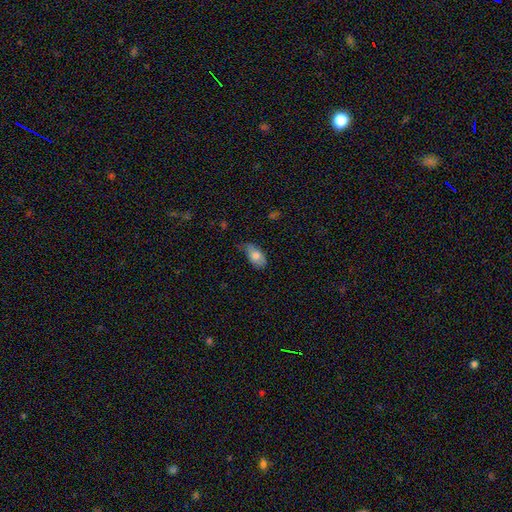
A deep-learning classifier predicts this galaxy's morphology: smooth-or-featured: smooth: 77% | featured or disk: 16% | star or artifact: 7%
  how-rounded: in between: 92% | round: 5% | cigar-shaped: 3%
  merging: none: 47% | minor disturbance: 41% | major disturbance: 10% | merger: 2%